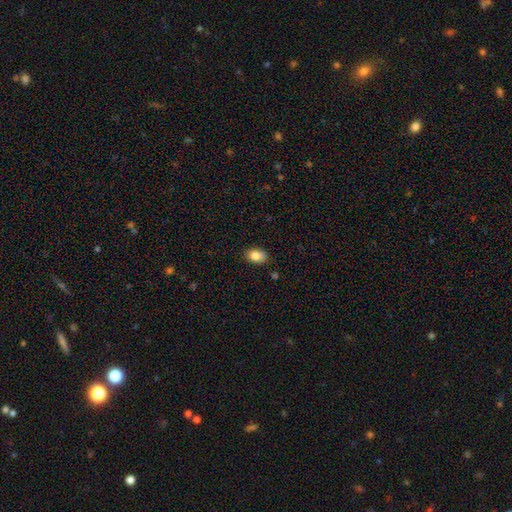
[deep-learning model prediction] smooth_or_featured: smooth (p=0.86) [alt: star or artifact p=0.08]
how_rounded: in between (p=0.84) [alt: round p=0.15]
merging: none (p=0.84) [alt: minor disturbance p=0.12]